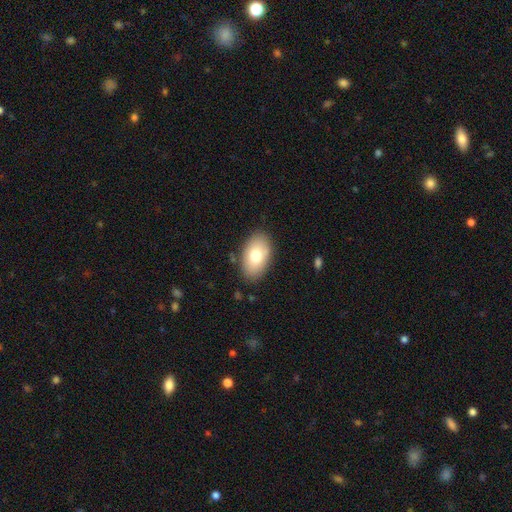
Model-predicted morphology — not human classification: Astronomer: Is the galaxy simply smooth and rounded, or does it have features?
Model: smooth — 75%.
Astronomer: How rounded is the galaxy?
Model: in between — 92%.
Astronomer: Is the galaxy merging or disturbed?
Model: none — 85%.